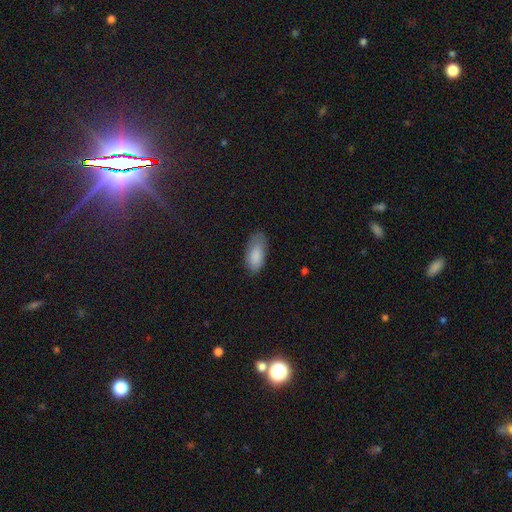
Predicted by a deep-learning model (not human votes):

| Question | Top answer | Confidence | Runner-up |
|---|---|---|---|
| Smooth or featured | smooth | 87% | featured or disk (7%) |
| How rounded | in between | 92% | cigar-shaped (6%) |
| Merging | none | 66% | minor disturbance (26%) |